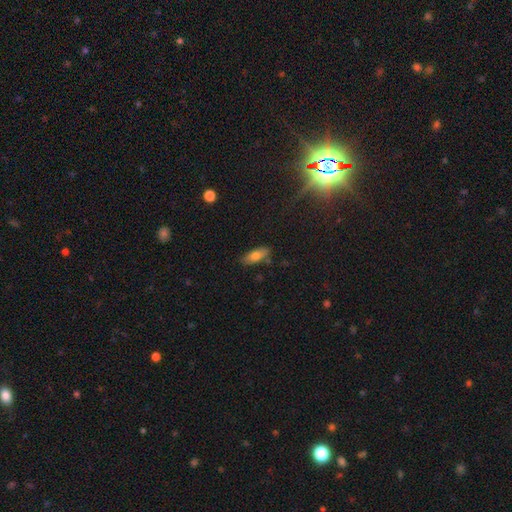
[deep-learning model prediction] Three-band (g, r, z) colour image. It shows a smooth galaxy with no disk features (72%) that is in between round and cigar-shaped (74%). Merging: none (80%).